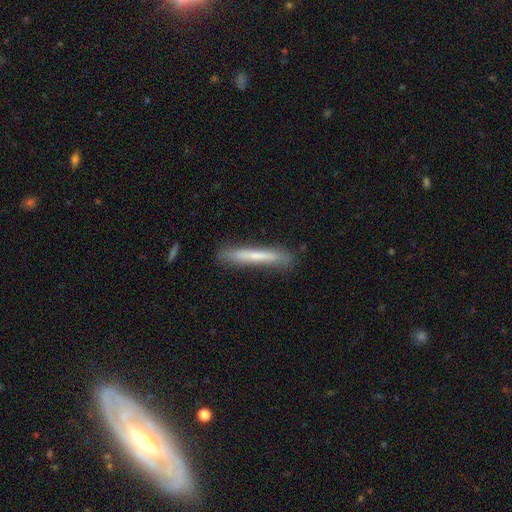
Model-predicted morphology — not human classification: Smooth or featured: smooth — 63% (featured or disk — 30%)
How rounded: cigar-shaped — 96% (in between — 3%)
Merging: none — 83% (minor disturbance — 13%)